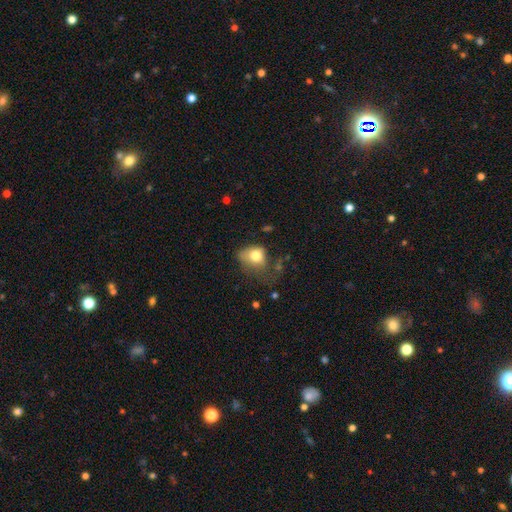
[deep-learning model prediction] The model was most divided on "merging": major disturbance: 36%, minor disturbance: 33%, none: 26%, merger: 5%. More confident: smooth or featured — smooth (75%); how rounded — in between (56%).